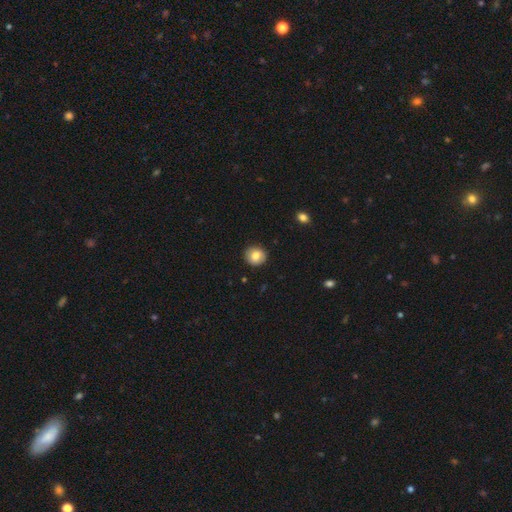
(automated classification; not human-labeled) Smooth or featured?
  - smooth: 81% *
  - featured or disk: 11%
  - star or artifact: 8%
How rounded?
  - round: 88% *
  - in between: 11%
  - cigar-shaped: 1%
Merging?
  - none: 90% *
  - minor disturbance: 7%
  - major disturbance: 2%
  - merger: 1%